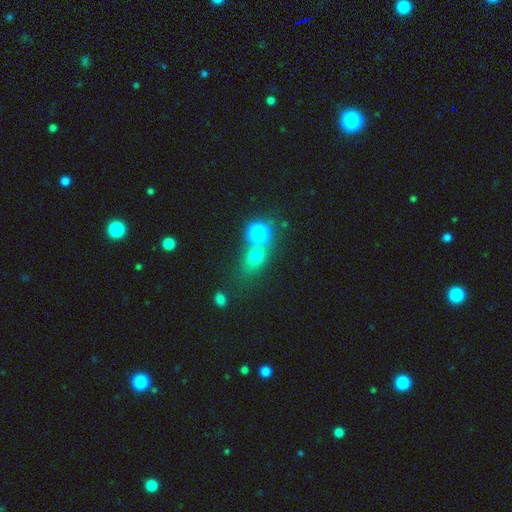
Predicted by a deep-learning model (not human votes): A smooth galaxy with no disk features (68%) that is round (53%). Merging: none (57%).